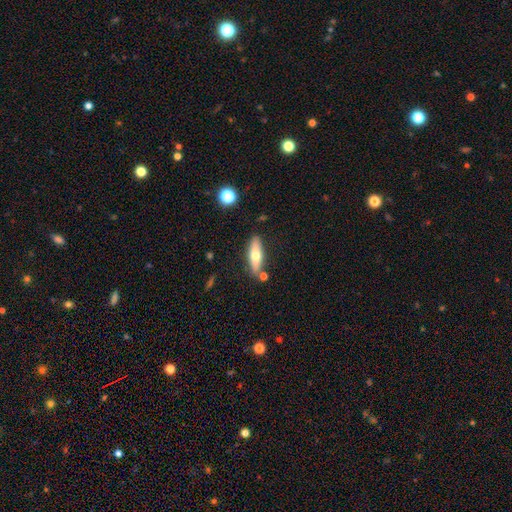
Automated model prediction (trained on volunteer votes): Overall: smooth (60%; featured or disk 33%). How rounded: cigar-shaped (56%; in between 42%). Merging: none (81%).